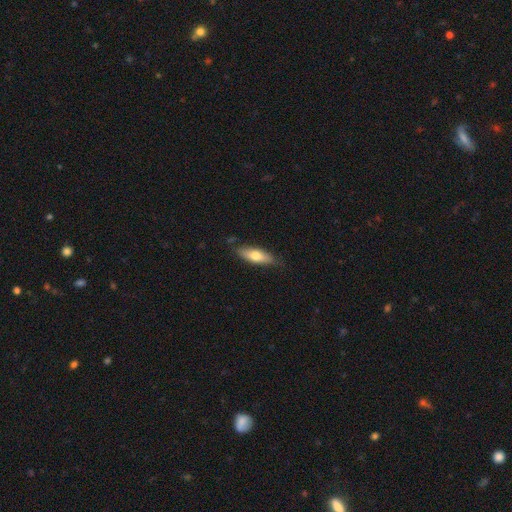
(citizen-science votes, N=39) This appears to be a smooth galaxy with no disk features (69%) that is in between round and cigar-shaped (70%). Merging: none (76%).